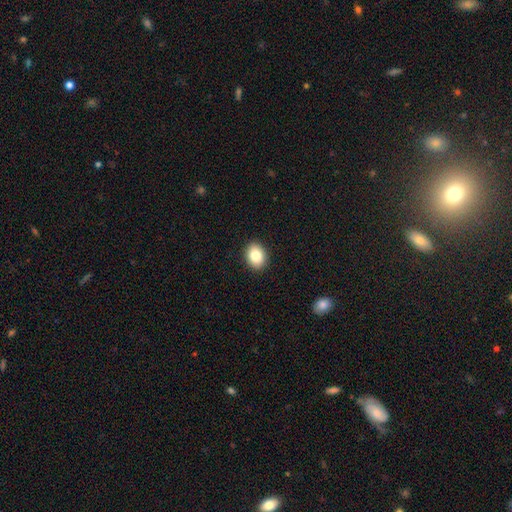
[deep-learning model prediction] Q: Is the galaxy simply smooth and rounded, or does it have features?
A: smooth — 84%.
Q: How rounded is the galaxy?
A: in between — 62%.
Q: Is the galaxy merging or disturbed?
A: none — 91%.